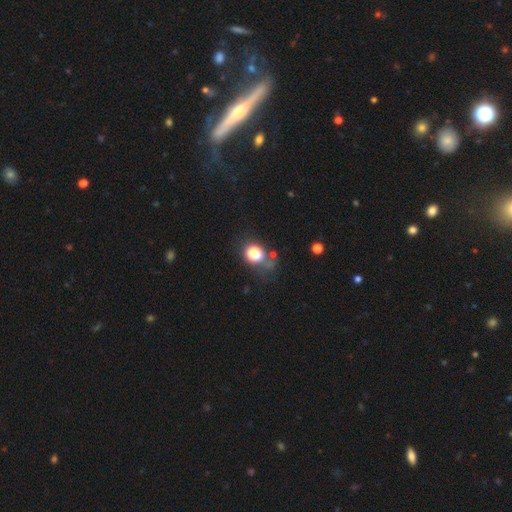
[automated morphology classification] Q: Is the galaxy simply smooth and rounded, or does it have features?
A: smooth — 71%.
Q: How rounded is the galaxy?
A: round — 72%.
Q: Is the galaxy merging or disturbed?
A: none — 57%.